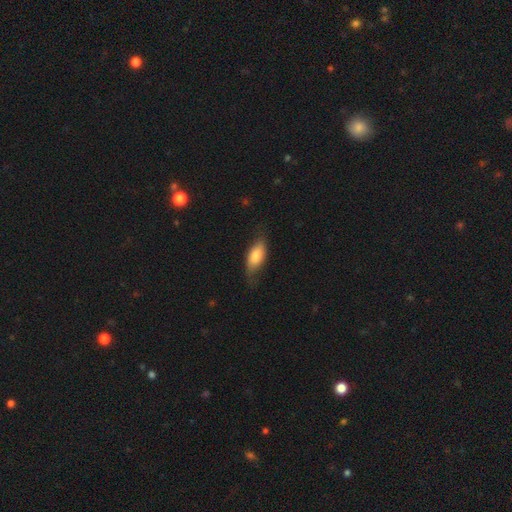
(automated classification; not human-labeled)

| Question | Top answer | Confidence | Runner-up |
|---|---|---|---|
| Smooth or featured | smooth | 70% | featured or disk (23%) |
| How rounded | in between | 86% | cigar-shaped (11%) |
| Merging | none | 60% | minor disturbance (29%) |